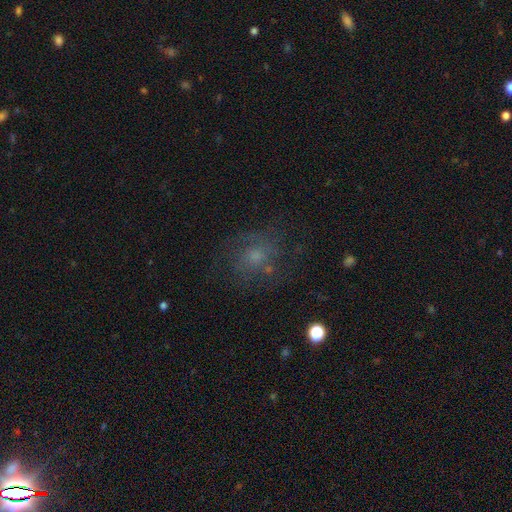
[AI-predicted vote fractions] smooth-or-featured: featured or disk: 43% | smooth: 38% | star or artifact: 19%
  merging: none: 63% | minor disturbance: 18% | major disturbance: 16% | merger: 3%